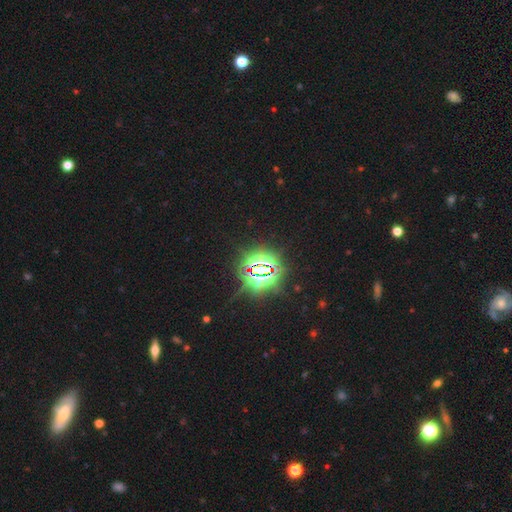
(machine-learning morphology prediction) A star or artifact, not a galaxy (84%).